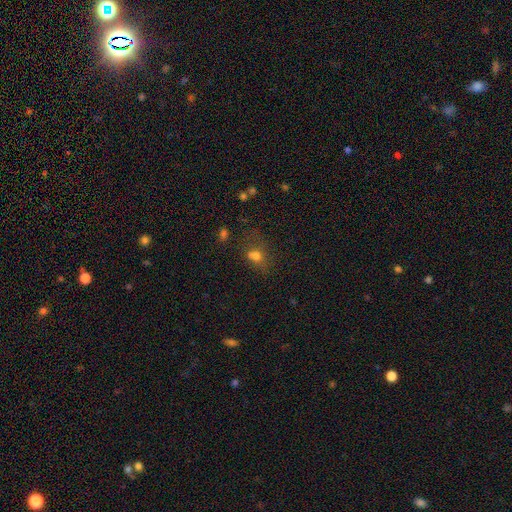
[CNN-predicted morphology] smooth-or-featured: smooth: 67% | star or artifact: 18% | featured or disk: 15%
  how-rounded: in between: 49% (tied) | round: 49% (tied) | cigar-shaped: 2%
  merging: none: 38% | merger: 32% | minor disturbance: 17% | major disturbance: 13%